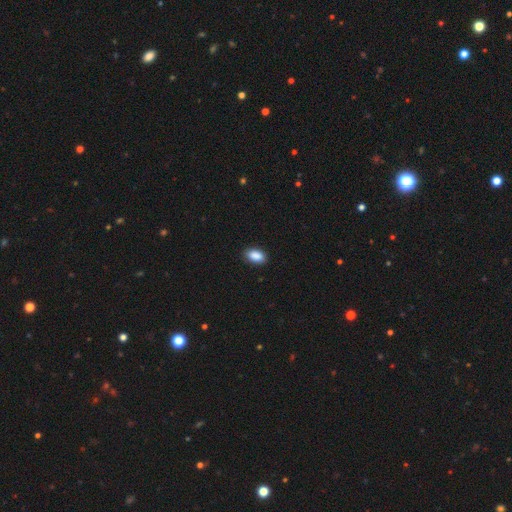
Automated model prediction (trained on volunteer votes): Smooth or featured?
  - smooth: 90% *
  - star or artifact: 7%
  - featured or disk: 3%
How rounded?
  - in between: 93% *
  - round: 5%
  - cigar-shaped: 2%
Merging?
  - none: 89% *
  - minor disturbance: 9%
  - major disturbance: 2%
  - merger: 1%